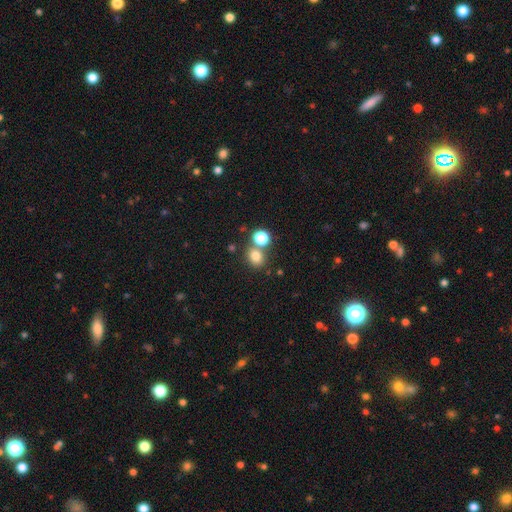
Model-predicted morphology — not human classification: smooth_or_featured: smooth (p=0.78) [alt: star or artifact p=0.15]
how_rounded: round (p=0.66) [alt: in between p=0.33]
merging: none (p=0.60) [alt: merger p=0.28]